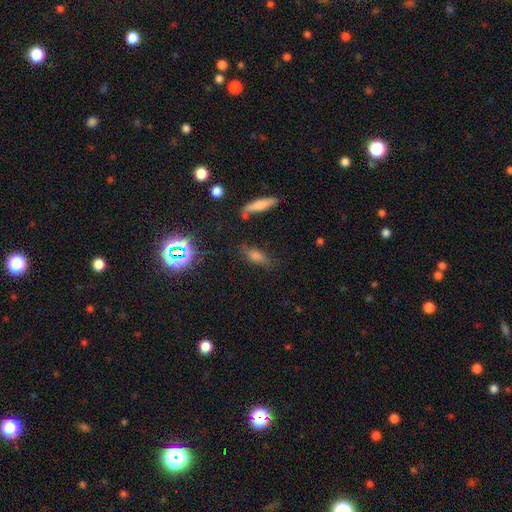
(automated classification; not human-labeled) This is possibly a smooth galaxy (60%). How rounded: possibly in between (60%). Merging: likely none (71%).